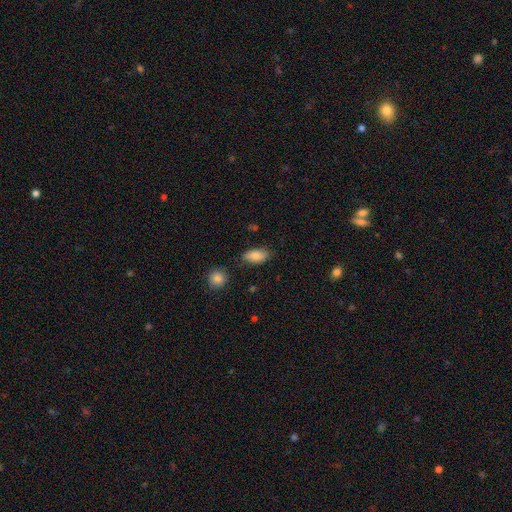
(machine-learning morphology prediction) Q: Smooth or featured?
A: smooth (84%); runner-up: featured or disk (8%)
Q: How rounded?
A: in between (91%); runner-up: cigar-shaped (5%)
Q: Merging?
A: none (78%); runner-up: minor disturbance (16%)